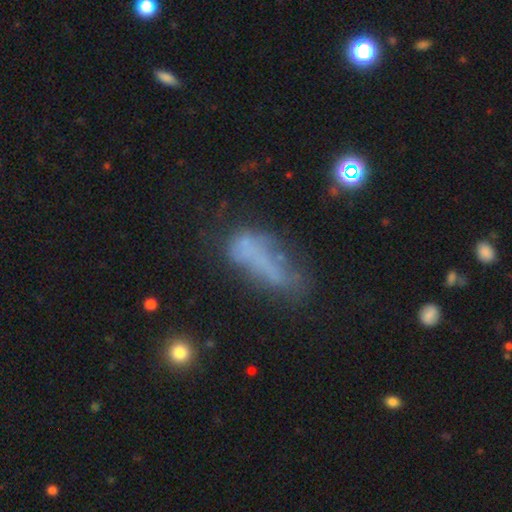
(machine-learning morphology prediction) Smooth or featured? Predicted: smooth (p=0.46). Merging? Predicted: none (p=0.33).